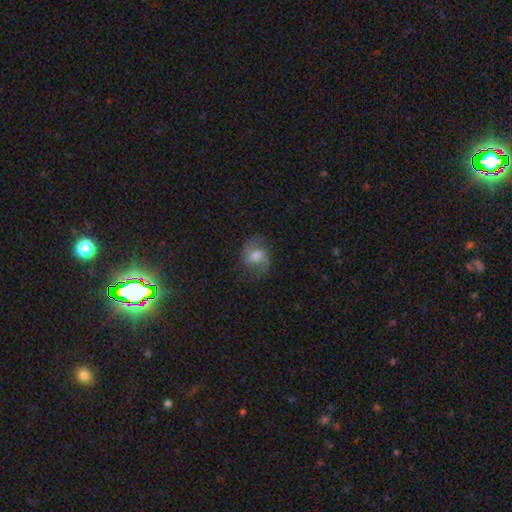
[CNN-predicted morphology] The model was most divided on "bar" (2-way tie): weak: 44%, no: 44%, strong: 11%. More confident: edge-on disk — no (97%); spiral arms — yes (88%); merging — none (71%); bulge size — moderate (62%); smooth or featured — featured or disk (57%).